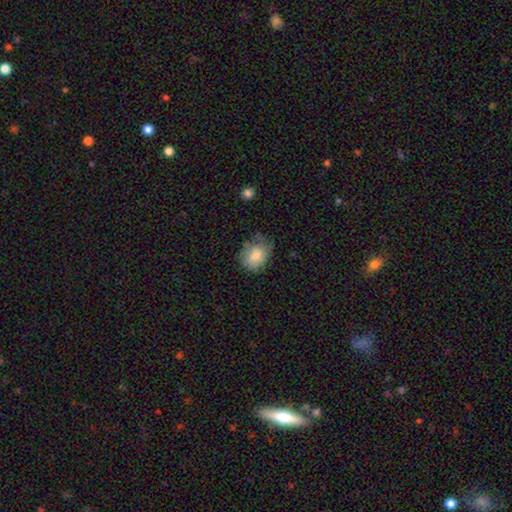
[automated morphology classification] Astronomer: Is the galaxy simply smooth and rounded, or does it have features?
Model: smooth — 77%.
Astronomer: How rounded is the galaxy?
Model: round — 53% (runner-up: in between, 46%).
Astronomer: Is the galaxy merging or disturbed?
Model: none — 47% (runner-up: minor disturbance, 34%).